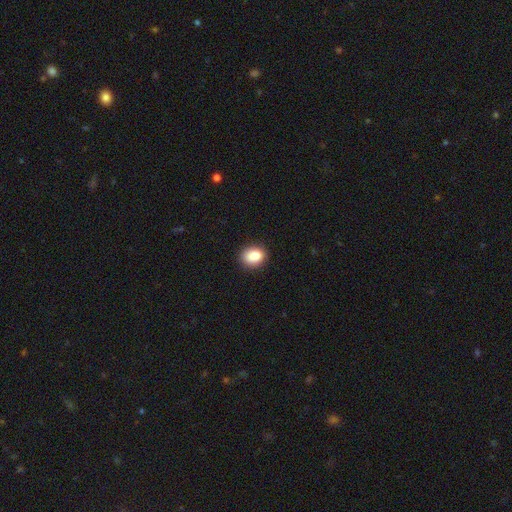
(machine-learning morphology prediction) smooth-or-featured: smooth: 87% | star or artifact: 8% | featured or disk: 5%
  how-rounded: in between: 55% | round: 44% | cigar-shaped: 1%
  merging: none: 86% | minor disturbance: 11% | major disturbance: 2% | merger: 1%